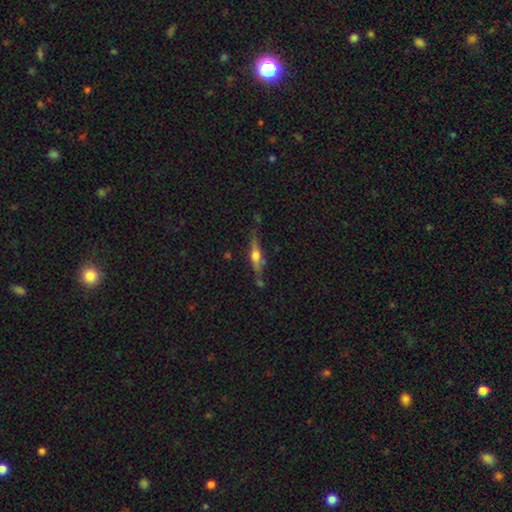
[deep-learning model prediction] Q: Smooth or featured?
A: featured or disk (65%); runner-up: smooth (28%)
Q: Edge-on disk?
A: yes (95%); runner-up: no (5%)
Q: Edge-on bulge?
A: rounded (92%); runner-up: boxy (5%)
Q: Merging?
A: none (73%); runner-up: minor disturbance (17%)